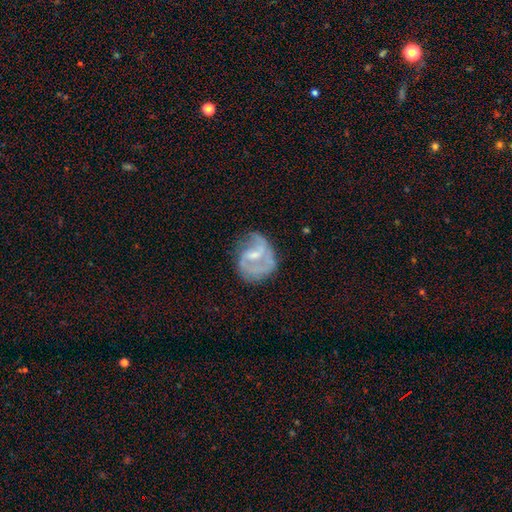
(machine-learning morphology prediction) Smooth or featured: featured or disk — 78% (smooth — 16%)
Edge-on disk: no — 98% (yes — 2%)
Bar: weak — 56% (no — 26%)
Spiral arms: yes — 85% (no — 15%)
Spiral winding: medium — 45% (loose — 34%)
Spiral arm count: 2 — 59% (can't tell — 16%)
Bulge size: small — 53% (moderate — 33%)
Merging: none — 49% (minor disturbance — 26%)